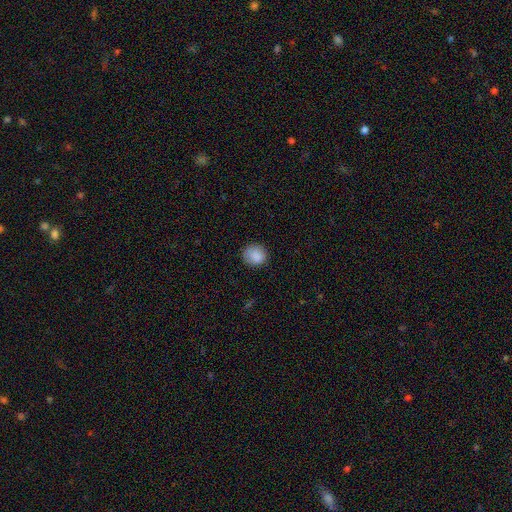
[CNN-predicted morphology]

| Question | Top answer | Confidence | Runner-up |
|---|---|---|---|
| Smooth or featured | smooth | 87% | star or artifact (8%) |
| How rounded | round | 85% | in between (14%) |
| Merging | none | 85% | minor disturbance (12%) |